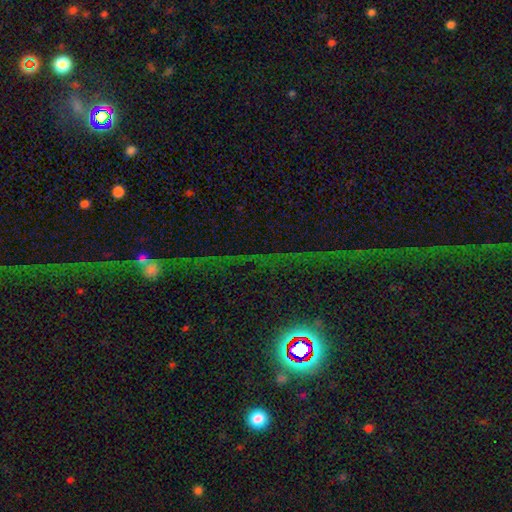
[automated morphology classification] type=star or artifact (75%).